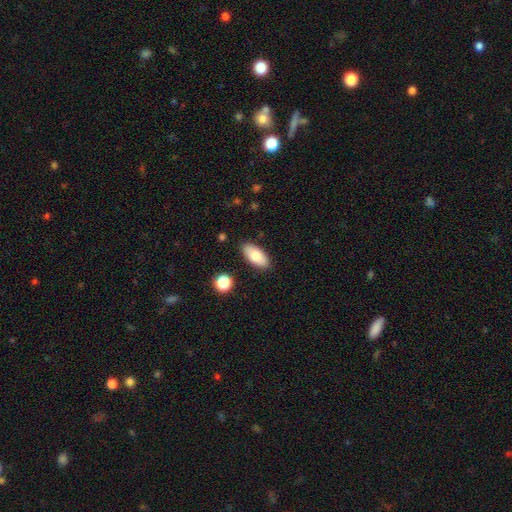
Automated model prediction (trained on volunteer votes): Smooth or featured? smooth (77%)
How rounded? in between (91%)
Merging? none (87%)